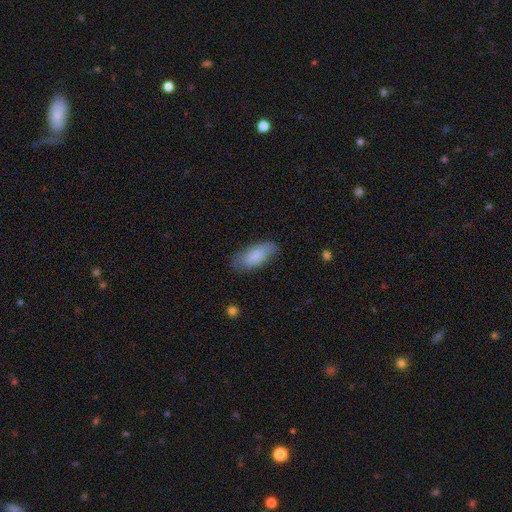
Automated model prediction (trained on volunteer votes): This appears to be a smooth galaxy with no disk features (82%) that is in between round and cigar-shaped (85%). Merging: none (73%).